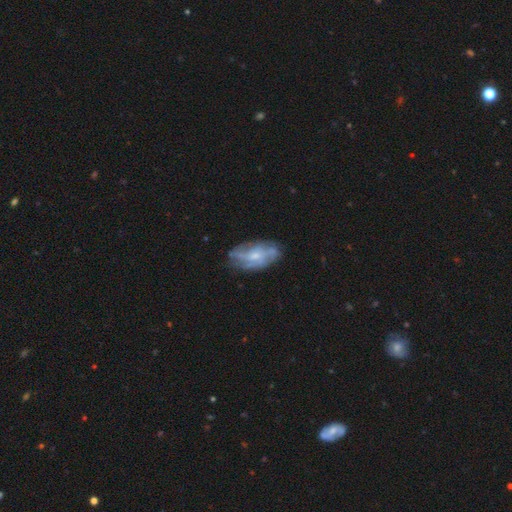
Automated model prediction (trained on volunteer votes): Smooth or featured? Predicted: featured or disk (p=0.69). Edge-on disk? Predicted: no (p=0.94). Bar? Predicted: no (p=0.60). Spiral arms? Predicted: yes (p=0.79). Spiral winding? Predicted: medium (p=0.40). Spiral arm count? Predicted: can't tell (p=0.44). Bulge size? Predicted: small (p=0.49). Merging? Predicted: none (p=0.67).